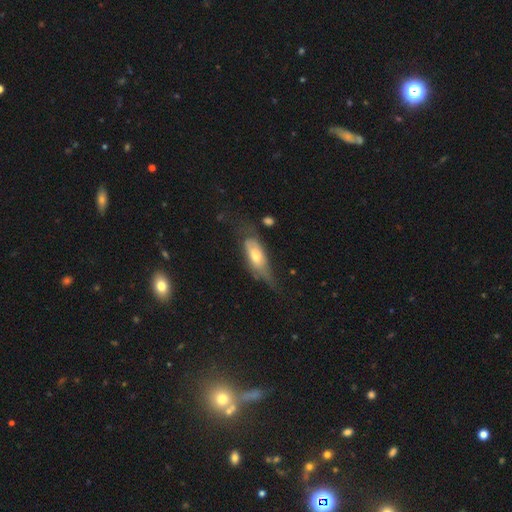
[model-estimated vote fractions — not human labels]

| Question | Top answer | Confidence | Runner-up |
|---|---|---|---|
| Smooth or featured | smooth | 53% | featured or disk (40%) |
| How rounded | in between | 71% | cigar-shaped (26%) |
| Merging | none | 40% | minor disturbance (33%) |